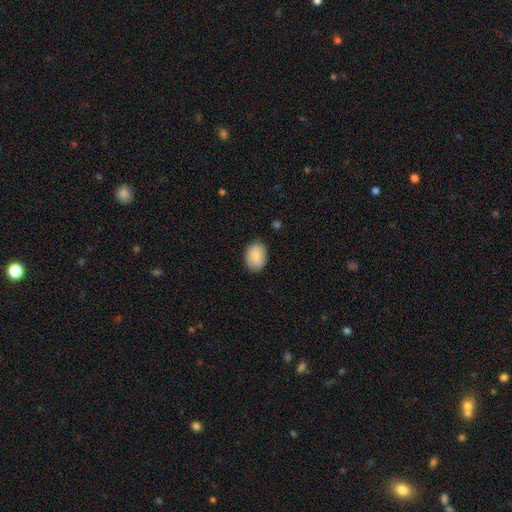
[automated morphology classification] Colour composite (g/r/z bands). It shows a smooth galaxy with no disk features (86%) that is in between round and cigar-shaped (81%). Merging: none (85%).